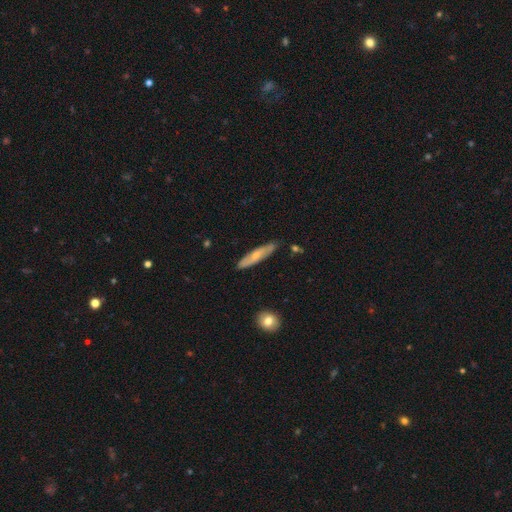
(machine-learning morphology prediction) type=smooth (53%); roundness=cigar-shaped (83%); merging=none (82%).